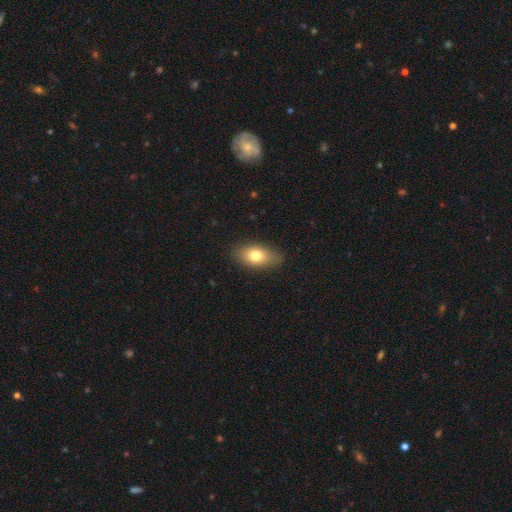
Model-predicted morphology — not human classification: Smooth or featured? smooth (76%)
How rounded? in between (85%)
Merging? none (83%)